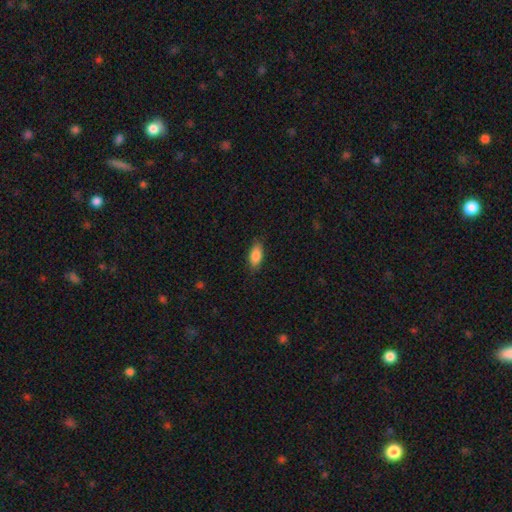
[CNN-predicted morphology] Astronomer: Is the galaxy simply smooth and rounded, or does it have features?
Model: smooth — 86%.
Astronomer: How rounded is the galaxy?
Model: in between — 85%.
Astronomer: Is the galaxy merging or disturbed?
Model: none — 85%.